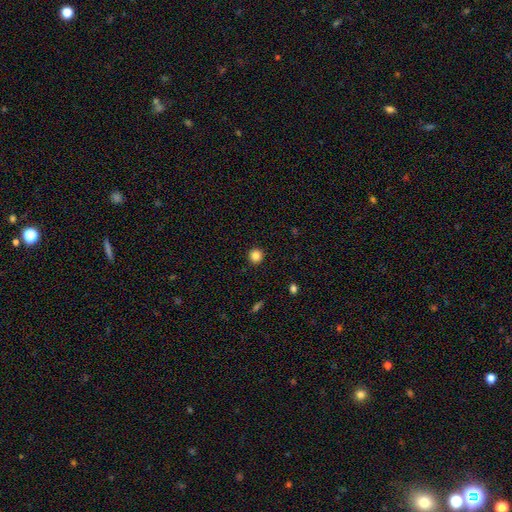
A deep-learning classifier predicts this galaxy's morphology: smooth-or-featured: smooth: 85% | star or artifact: 11% | featured or disk: 5%
  how-rounded: round: 95% | in between: 4% | cigar-shaped: 1%
  merging: none: 93% | minor disturbance: 4% | major disturbance: 2% | merger: 1%